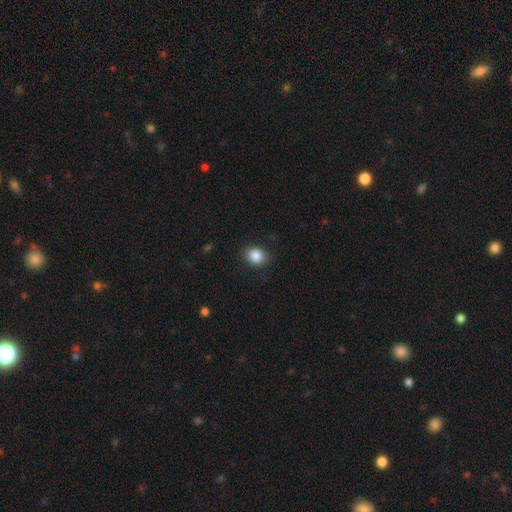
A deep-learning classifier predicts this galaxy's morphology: This is clearly a smooth galaxy (87%). How rounded: possibly in between (50%, tied with round). Merging: clearly none (88%).